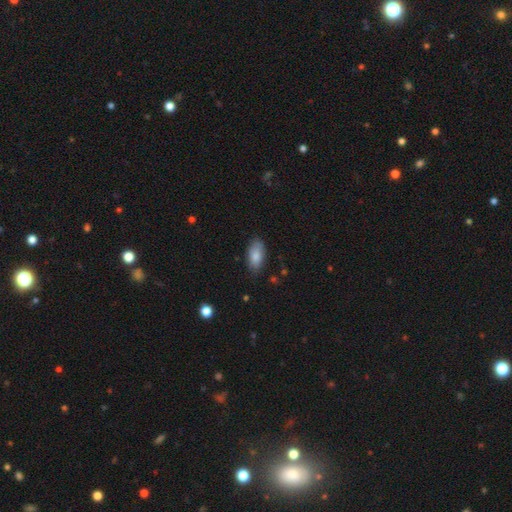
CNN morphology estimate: smooth-or-featured: smooth: 82% | featured or disk: 11% | star or artifact: 6%
  how-rounded: in between: 91% | cigar-shaped: 6% | round: 3%
  merging: none: 77% | minor disturbance: 18% | major disturbance: 3% | merger: 1%